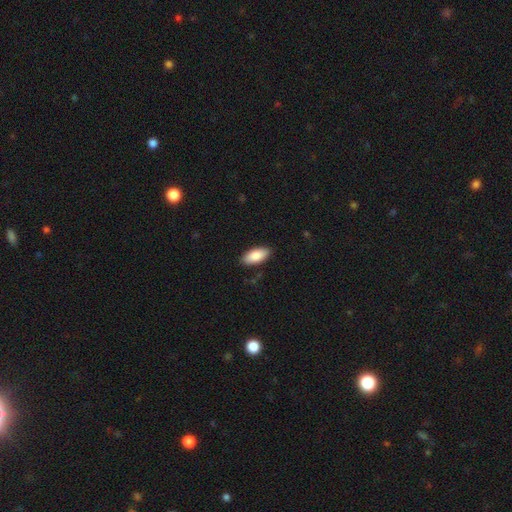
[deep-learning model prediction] Morphology: type=smooth (87%); roundness=in between (91%); merging=none (88%).